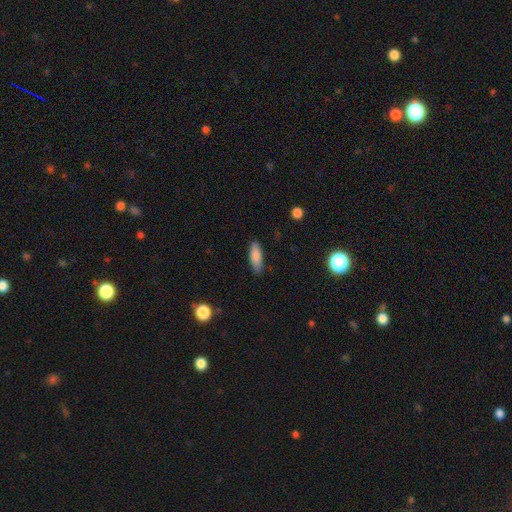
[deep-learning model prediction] This appears to be a smooth galaxy with no disk features (86%) that is in between round and cigar-shaped (58%). Merging: none (85%).